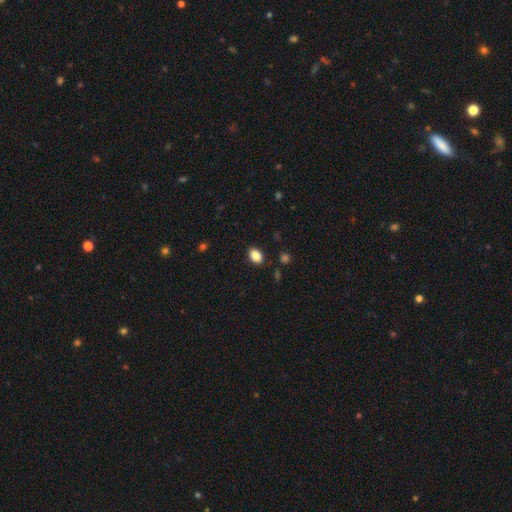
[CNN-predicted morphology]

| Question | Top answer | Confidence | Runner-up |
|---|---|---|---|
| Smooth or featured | smooth | 87% | star or artifact (9%) |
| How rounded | in between | 78% | round (21%) |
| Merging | none | 88% | minor disturbance (8%) |